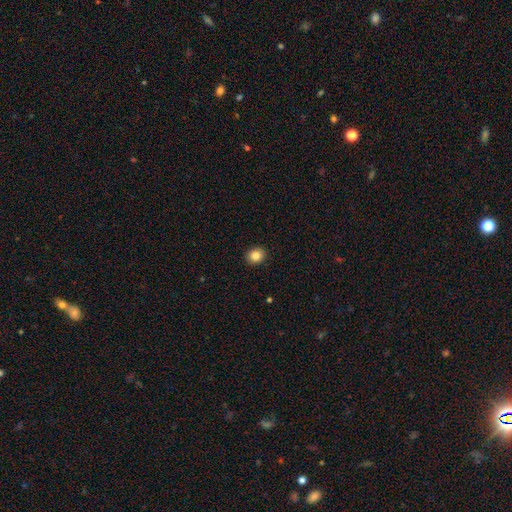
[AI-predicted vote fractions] This is clearly a smooth galaxy (85%). How rounded: likely round (64%). Merging: clearly none (91%).